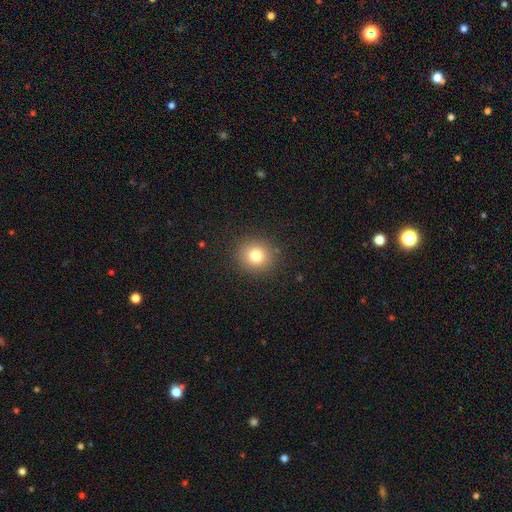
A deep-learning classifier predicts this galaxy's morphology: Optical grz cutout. It shows a smooth galaxy with no disk features (78%) that is round (89%). Merging: none (90%).